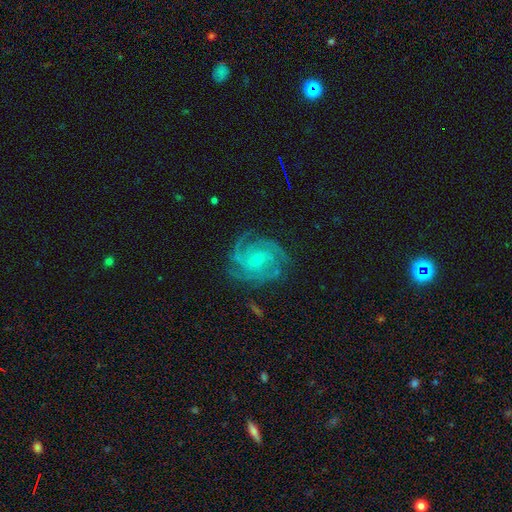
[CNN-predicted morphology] This appears to be a featured or disk galaxy (86%) with no bar (50%), 3 (30%) tight (56%) spiral arms (97%) and a small central bulge (71%). Merging: none (76%).